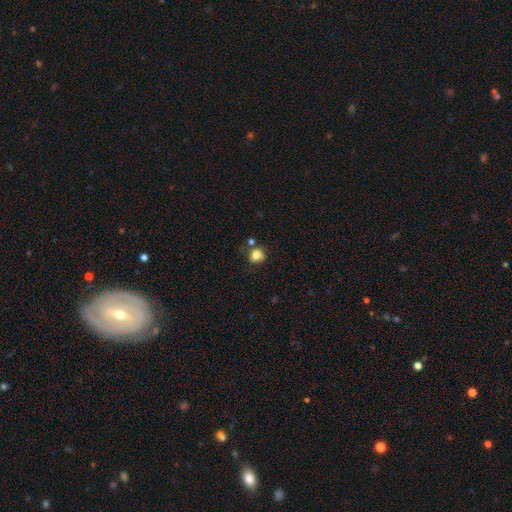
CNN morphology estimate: This is clearly a smooth galaxy (81%). How rounded: likely round (67%). Merging: likely none (60%).